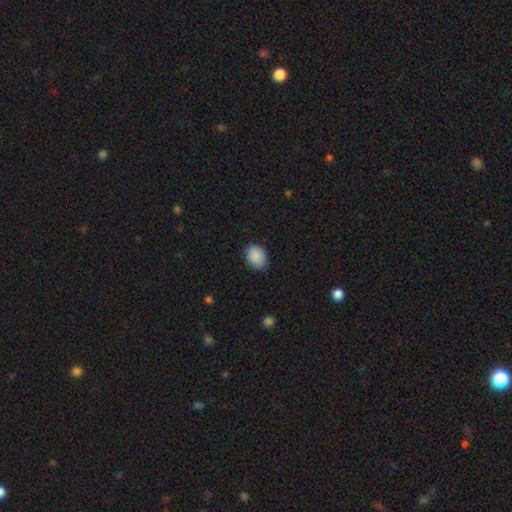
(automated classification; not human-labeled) smooth_or_featured: smooth (p=0.89) [alt: star or artifact p=0.07]
how_rounded: in between (p=0.63) [alt: round p=0.36]
merging: none (p=0.81) [alt: minor disturbance p=0.15]